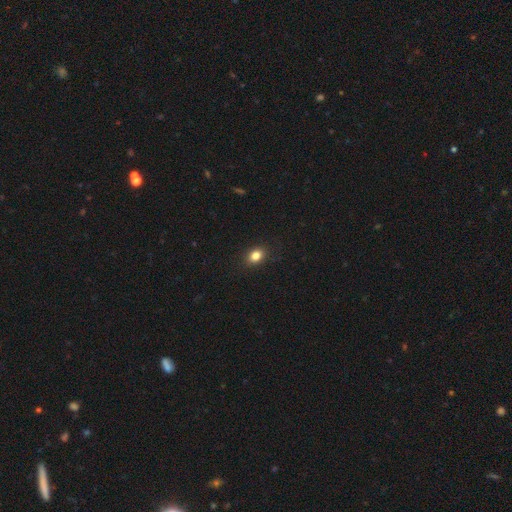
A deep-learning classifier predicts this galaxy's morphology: Smooth or featured?
  - smooth: 84% *
  - star or artifact: 11%
  - featured or disk: 6%
How rounded?
  - in between: 65% *
  - round: 34%
  - cigar-shaped: 1%
Merging?
  - none: 89% *
  - minor disturbance: 8%
  - major disturbance: 2%
  - merger: 1%